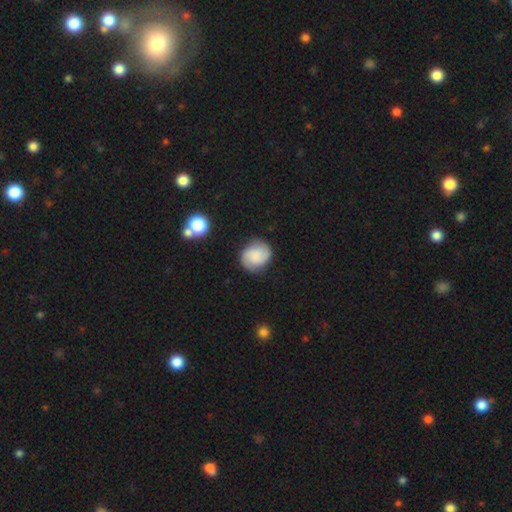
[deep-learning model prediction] The model was most divided on "smooth or featured": smooth: 48%, featured or disk: 43%, star or artifact: 9%. More confident: merging — none (80%).